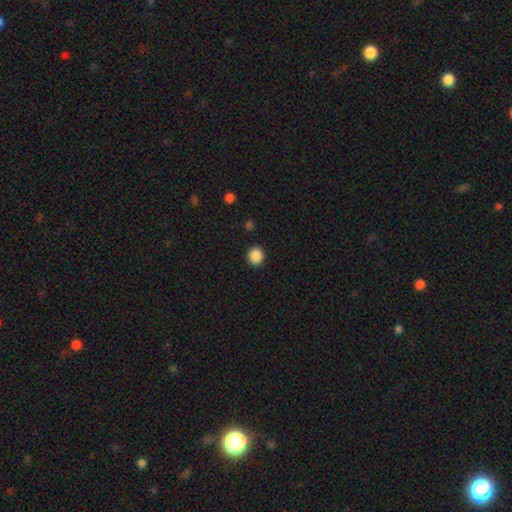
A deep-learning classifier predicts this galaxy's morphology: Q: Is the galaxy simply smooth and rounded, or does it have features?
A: smooth — 88%.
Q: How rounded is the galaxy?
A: round — 90%.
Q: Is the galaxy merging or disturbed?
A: none — 91%.